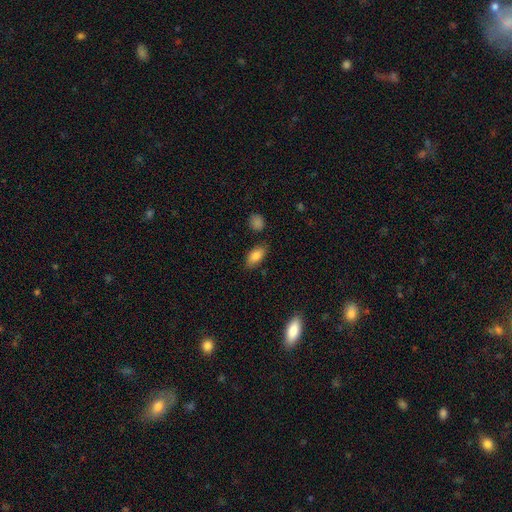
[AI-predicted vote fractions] smooth-or-featured: smooth: 83% | featured or disk: 10% | star or artifact: 7%
  how-rounded: in between: 90% | cigar-shaped: 7% | round: 4%
  merging: none: 81% | minor disturbance: 13% | merger: 3% | major disturbance: 3%